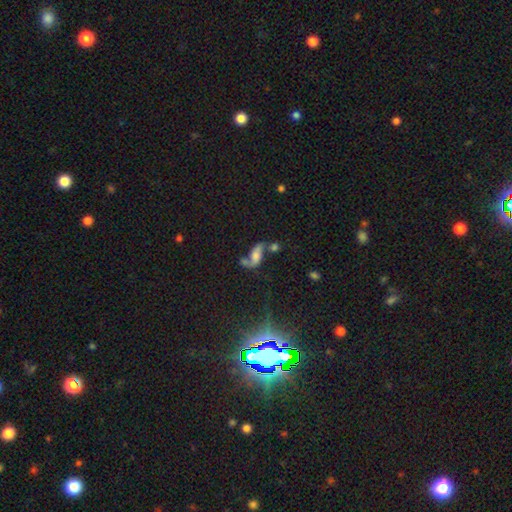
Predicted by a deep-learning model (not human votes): smooth-or-featured: featured or disk: 61% | smooth: 27% | star or artifact: 12%
  disk-edge-on: no: 92% | yes: 8%
    bar: no: 61% | weak: 29% | strong: 10%
    has-spiral-arms: yes: 85% | no: 15%
    bulge-size: moderate: 35% | small: 25% | none: 20% | large: 17% | dominant: 3%
  merging: none: 39% | merger: 30% | minor disturbance: 16% | major disturbance: 14%